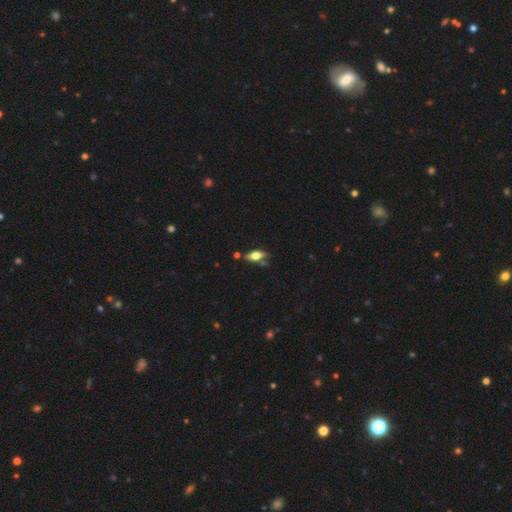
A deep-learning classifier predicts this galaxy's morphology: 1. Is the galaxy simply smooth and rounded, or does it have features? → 49% smooth, 43% featured or disk, 8% star or artifact.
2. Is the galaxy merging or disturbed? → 68% none, 17% minor disturbance, 9% merger, 5% major disturbance.